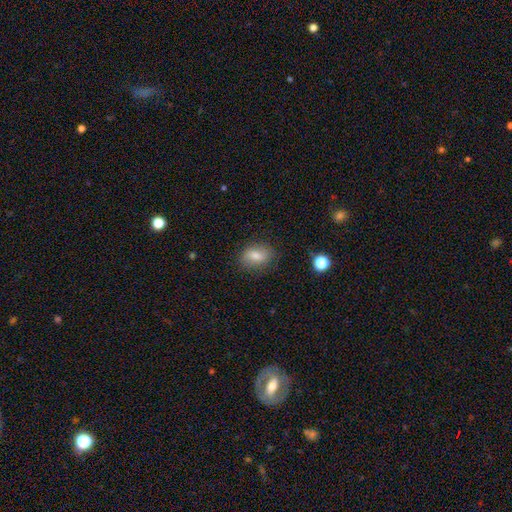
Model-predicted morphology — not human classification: type=smooth (79%); roundness=in between (79%); merging=none (80%).